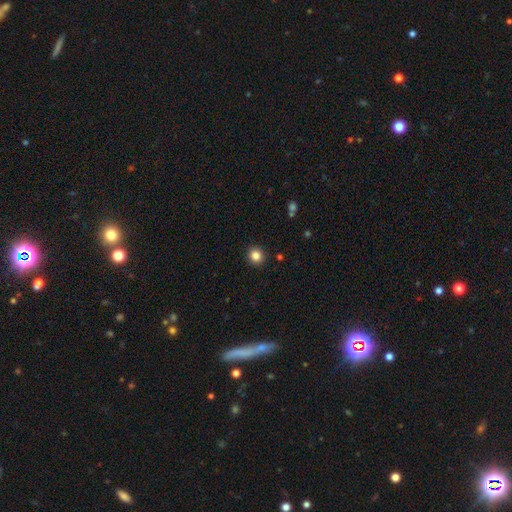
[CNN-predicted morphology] Smooth or featured? smooth (85%)
How rounded? round (88%)
Merging? none (92%)